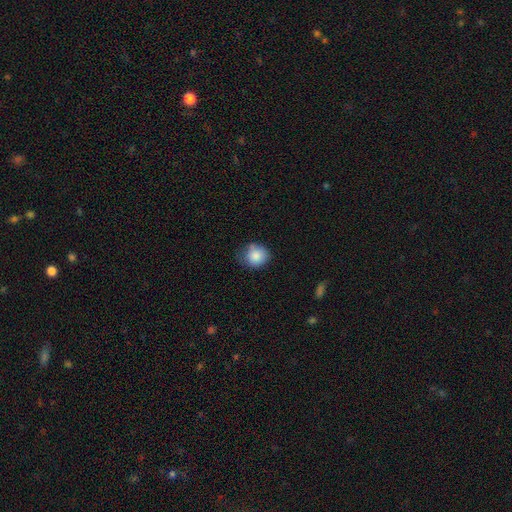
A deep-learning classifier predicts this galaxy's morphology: Smooth or featured: smooth — 84% (star or artifact — 9%)
How rounded: round — 83% (in between — 16%)
Merging: none — 61% (minor disturbance — 30%)